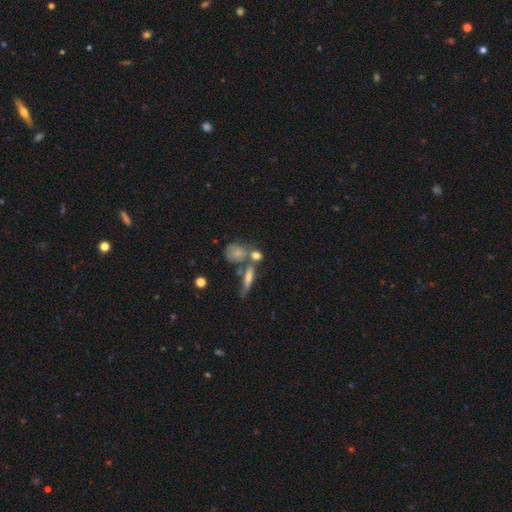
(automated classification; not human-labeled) Overall: smooth (65%). How rounded: round (45%; in between 36%). Merging: none (48%; merger 33%).